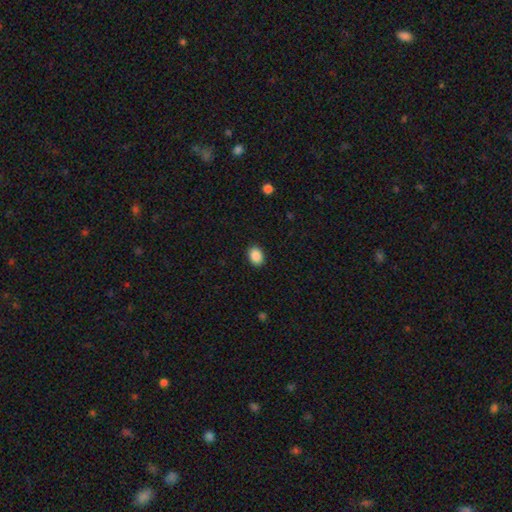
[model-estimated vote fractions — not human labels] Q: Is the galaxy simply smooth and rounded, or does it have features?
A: smooth — 89%.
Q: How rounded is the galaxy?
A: in between — 66%.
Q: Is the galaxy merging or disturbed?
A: none — 90%.